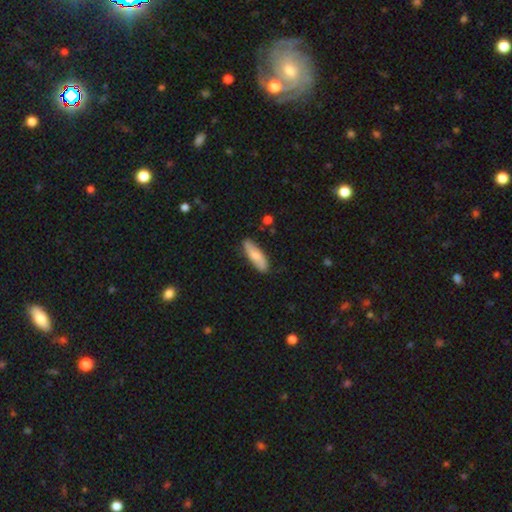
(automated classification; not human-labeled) Morphology: type=smooth (69%); roundness=in between (54%); merging=none (83%).